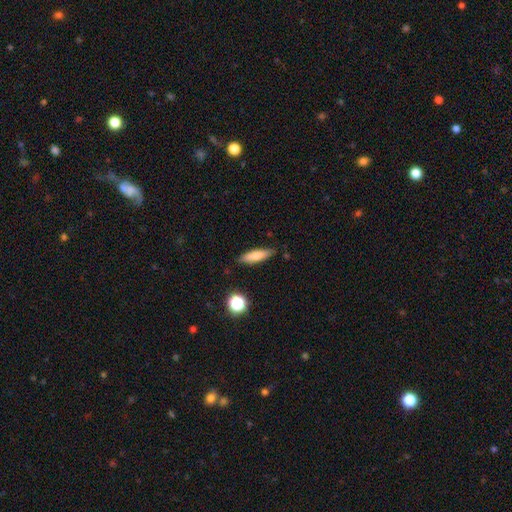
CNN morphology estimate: smooth 72%, featured or disk 20%, star or artifact 8%. Down the decision tree: how rounded — cigar-shaped (66%); merging — none (84%).